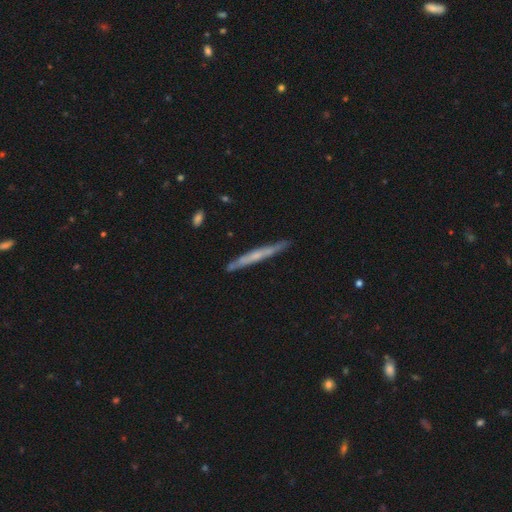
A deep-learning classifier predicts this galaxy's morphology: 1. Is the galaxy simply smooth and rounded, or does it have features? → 59% featured or disk, 35% smooth, 6% star or artifact.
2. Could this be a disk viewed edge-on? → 93% yes, 7% no.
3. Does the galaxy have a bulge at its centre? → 62% none, 31% rounded, 7% boxy.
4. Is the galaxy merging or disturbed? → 85% none, 11% minor disturbance, 2% merger, 2% major disturbance.